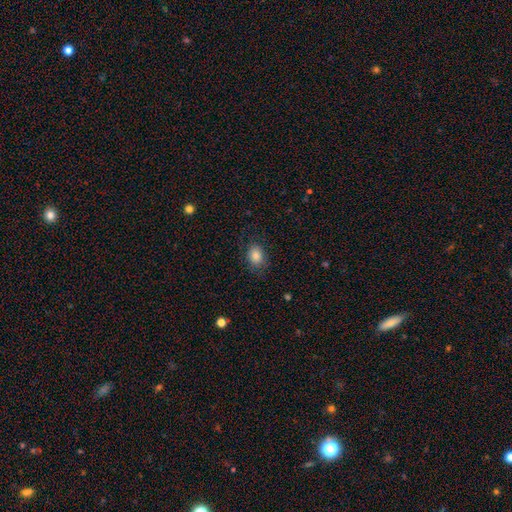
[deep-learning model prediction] Smooth or featured? smooth (85%)
How rounded? in between (64%)
Merging? none (81%)